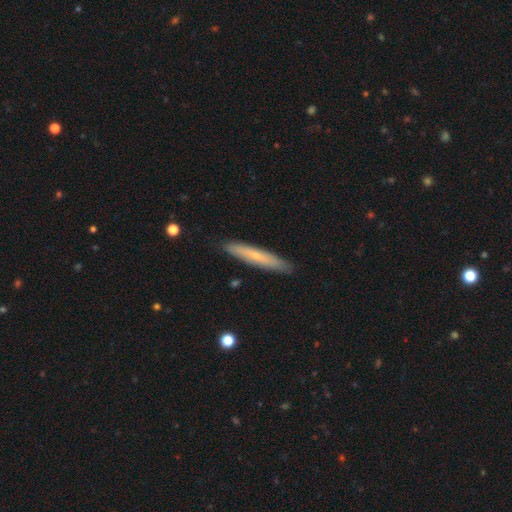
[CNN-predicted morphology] Overall: smooth (57%; featured or disk 37%). How rounded: cigar-shaped (92%). Merging: none (89%).